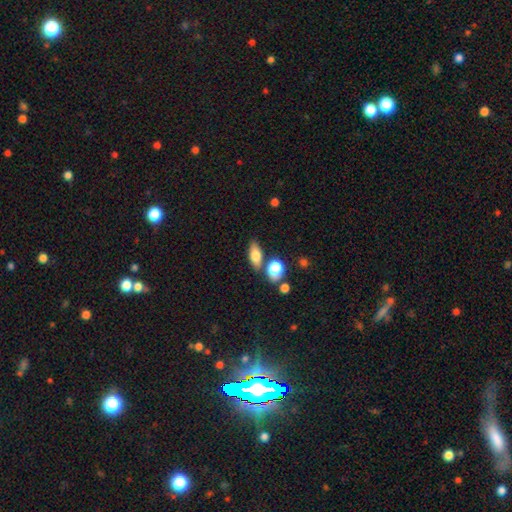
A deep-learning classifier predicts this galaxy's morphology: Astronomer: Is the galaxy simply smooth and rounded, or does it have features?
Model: smooth — 74%.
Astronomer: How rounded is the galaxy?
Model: in between — 73%.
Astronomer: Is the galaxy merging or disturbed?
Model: none — 71%.